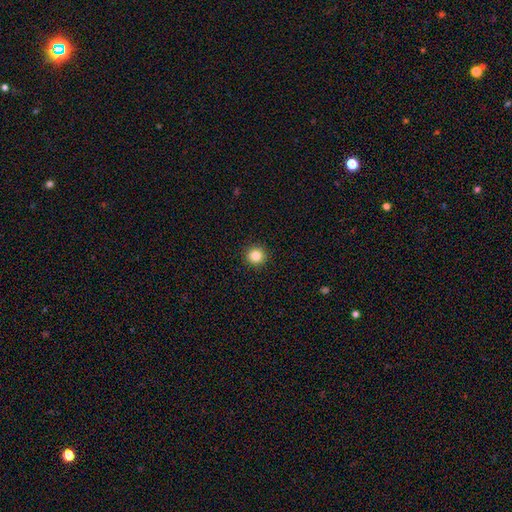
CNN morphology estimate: A smooth galaxy with no disk features (84%) that is round (95%).

Vote fractions:
- Smooth or featured? smooth: 84% / star or artifact: 11% / featured or disk: 5%
- How rounded? round: 95% / in between: 4% / cigar-shaped: 1%
- Merging? none: 93% / minor disturbance: 4% / major disturbance: 2% / merger: 1%